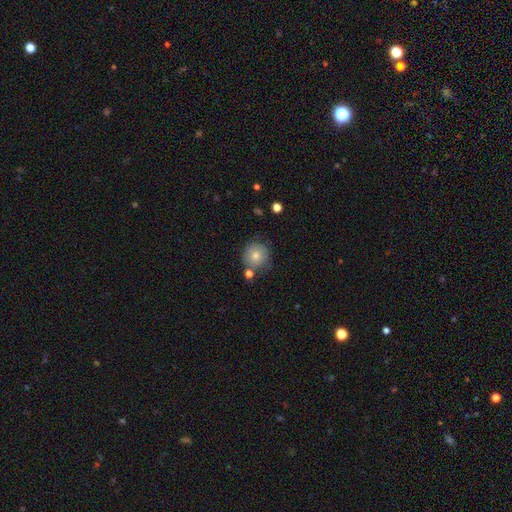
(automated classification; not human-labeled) smooth_or_featured: smooth (p=0.79) [alt: featured or disk p=0.13]
how_rounded: round (p=0.92) [alt: in between p=0.07]
merging: none (p=0.68) [alt: minor disturbance p=0.17]